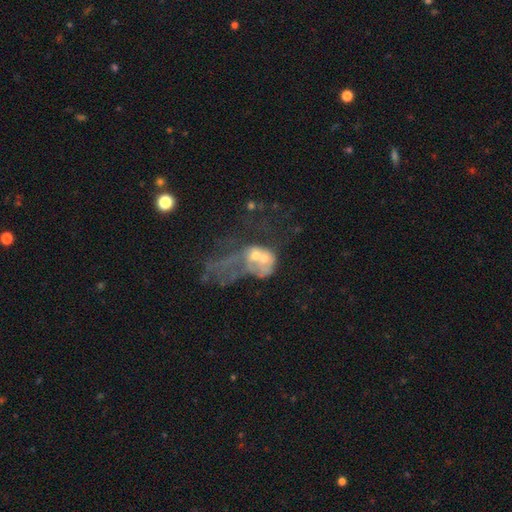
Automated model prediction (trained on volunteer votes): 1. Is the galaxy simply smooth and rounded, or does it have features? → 49% featured or disk, 39% smooth, 12% star or artifact.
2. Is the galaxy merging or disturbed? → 64% merger, 24% major disturbance, 7% none, 5% minor disturbance.